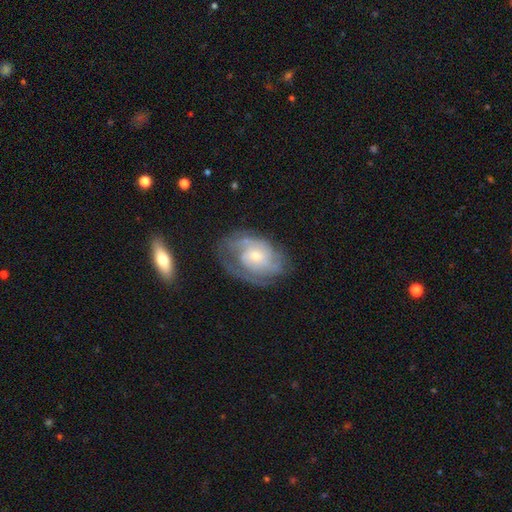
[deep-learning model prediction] Overall: featured or disk (75%). Edge-on disk: no (96%). Bar: no (70%). Spiral arms: yes (87%). Spiral arm count: can't tell (45%; 2 26%). Spiral winding: tight (54%; medium 34%). Bulge size: small (55%; moderate 37%). Merging: none (61%; minor disturbance 22%).